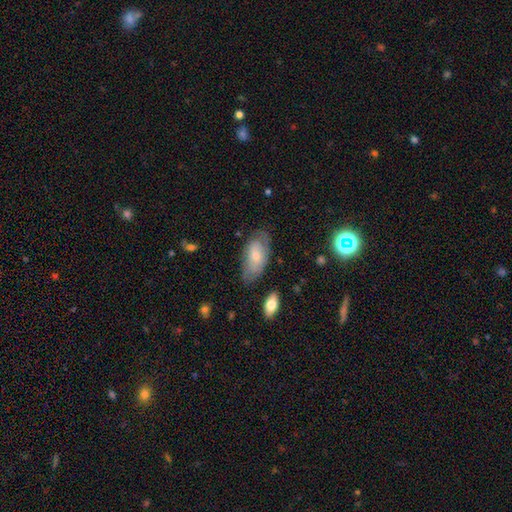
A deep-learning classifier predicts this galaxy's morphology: This appears to be a smooth galaxy with no disk features (52%) that is in between round and cigar-shaped (92%). Merging: none (59%).